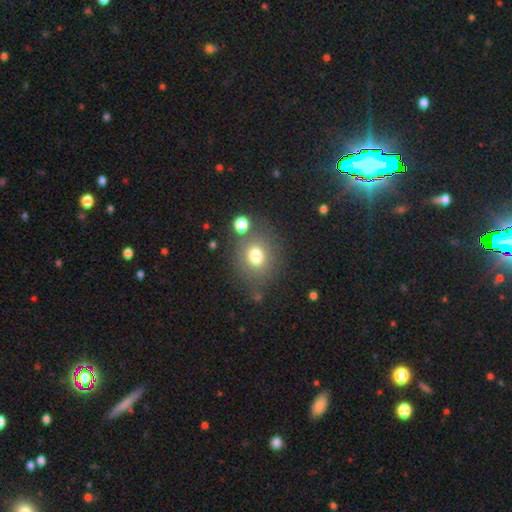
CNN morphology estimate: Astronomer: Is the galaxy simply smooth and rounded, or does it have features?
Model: smooth — 75%.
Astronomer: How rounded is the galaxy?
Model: round — 70%.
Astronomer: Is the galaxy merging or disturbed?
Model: none — 70%.